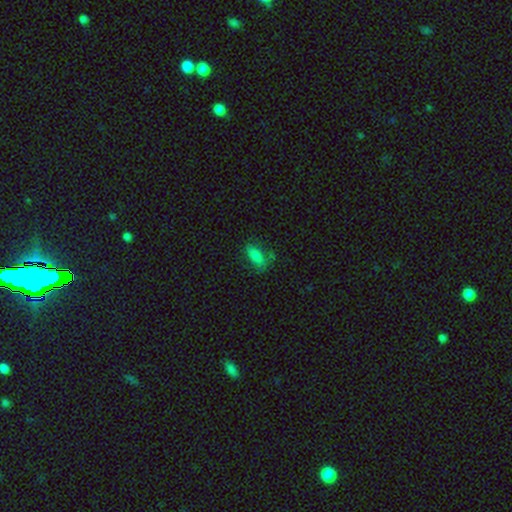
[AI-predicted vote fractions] This is likely a smooth galaxy (79%). How rounded: likely in between (79%). Merging: likely none (64%).